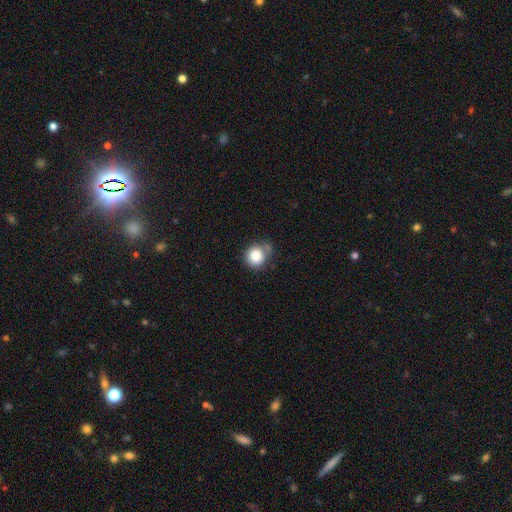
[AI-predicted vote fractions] Overall: smooth (82%). How rounded: round (84%). Merging: none (60%; minor disturbance 25%).